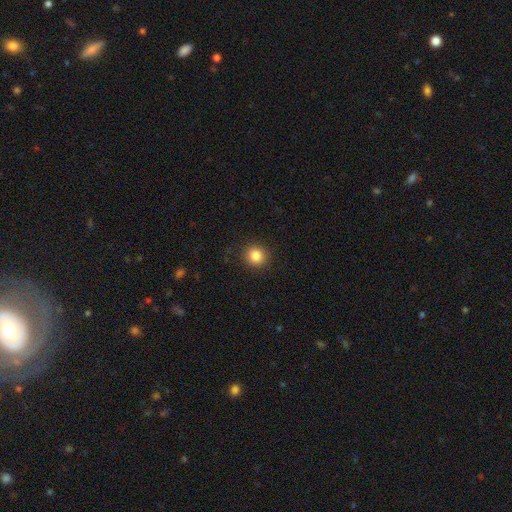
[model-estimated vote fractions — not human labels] smooth_or_featured: smooth (p=0.84) [alt: star or artifact p=0.11]
how_rounded: round (p=0.93) [alt: in between p=0.07]
merging: none (p=0.91) [alt: minor disturbance p=0.06]